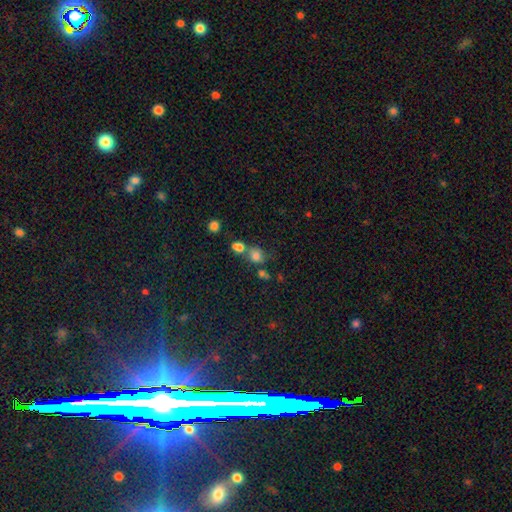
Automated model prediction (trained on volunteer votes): The model was most divided on "merging": none: 47%, merger: 34%, minor disturbance: 13%, major disturbance: 6%. More confident: smooth or featured — smooth (75%); how rounded — round (68%).